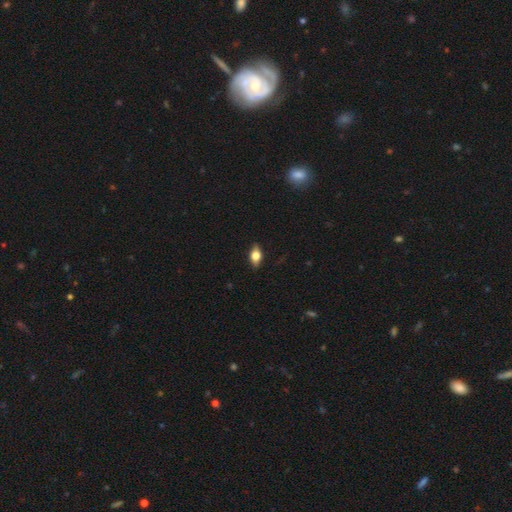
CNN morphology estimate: This appears to be a smooth galaxy with no disk features (50%) that is in between round and cigar-shaped (78%). Merging: none (86%).